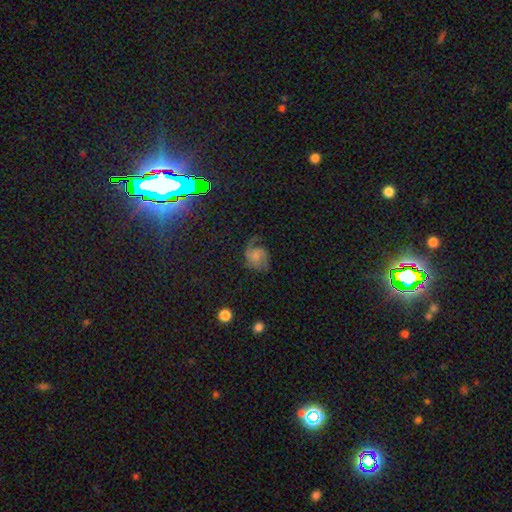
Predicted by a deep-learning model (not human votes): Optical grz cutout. It shows a featured or disk galaxy (59%) with no bar (70%), 2 (53%) medium (44%) spiral arms (90%) and no central bulge (35%). Merging: none (48%).